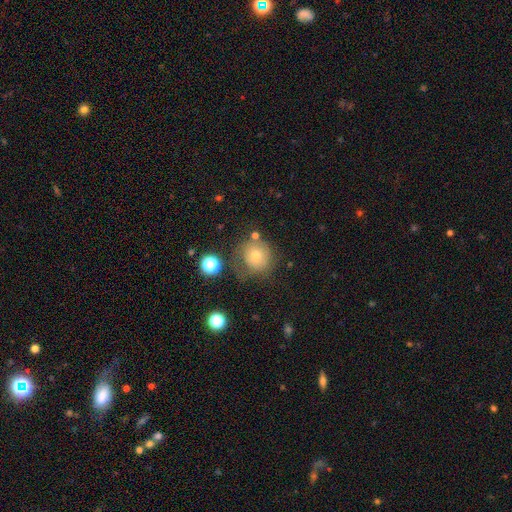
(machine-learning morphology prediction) smooth_or_featured: smooth (p=0.63) [alt: featured or disk p=0.23]
how_rounded: round (p=0.88) [alt: in between p=0.11]
merging: none (p=0.63) [alt: minor disturbance p=0.20]